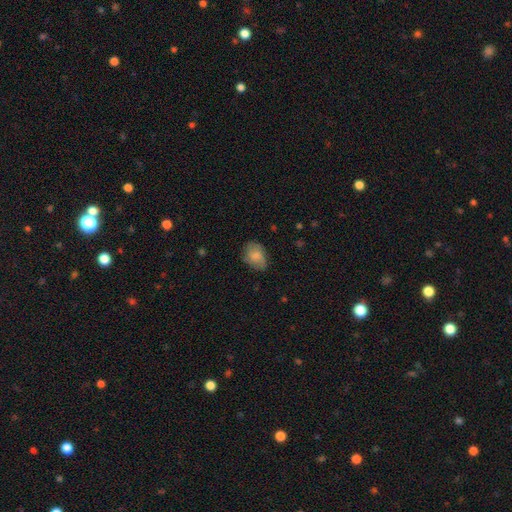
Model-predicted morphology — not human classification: Smooth or featured?
  - smooth: 76% *
  - featured or disk: 17%
  - star or artifact: 8%
How rounded?
  - in between: 72% *
  - round: 27%
  - cigar-shaped: 1%
Merging?
  - none: 64% *
  - minor disturbance: 27%
  - major disturbance: 7%
  - merger: 1%